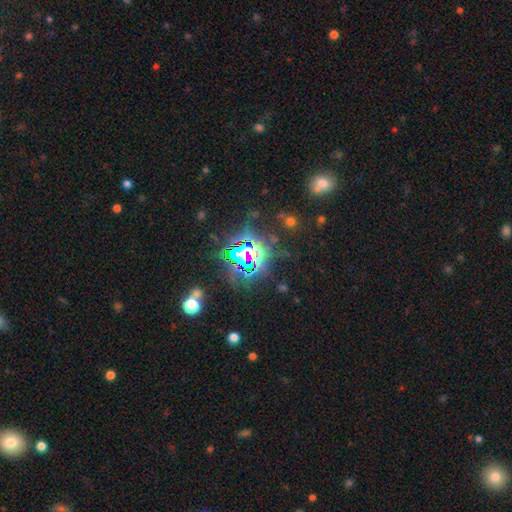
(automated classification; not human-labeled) A star or artifact, not a galaxy (81%).